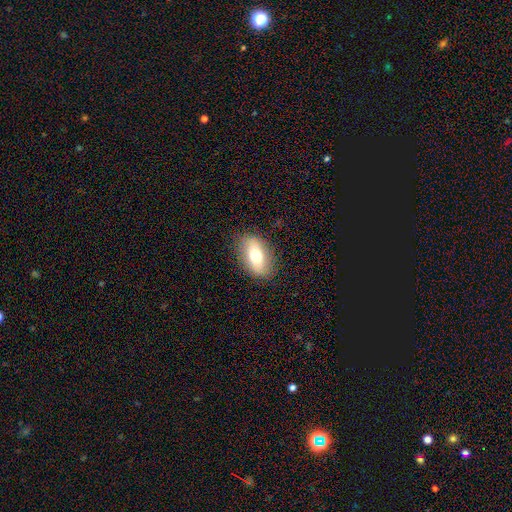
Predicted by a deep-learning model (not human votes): Smooth or featured? Predicted: smooth (p=0.66). How rounded? Predicted: in between (p=0.87). Merging? Predicted: none (p=0.85).